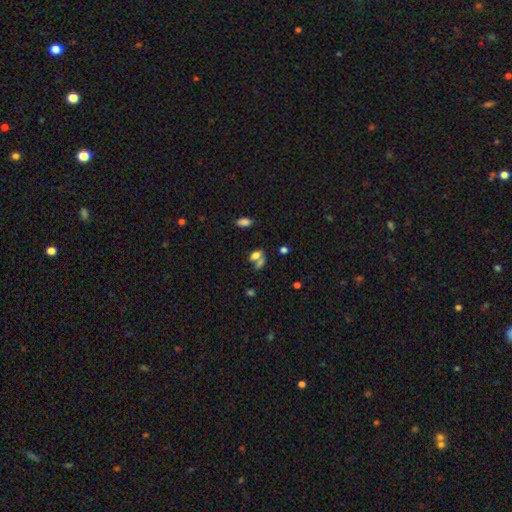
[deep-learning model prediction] A smooth galaxy with no disk features (72%) that is in between round and cigar-shaped (79%). Merging: merger (44%).